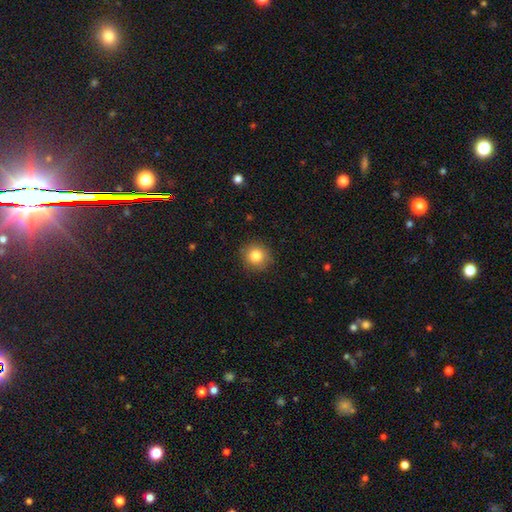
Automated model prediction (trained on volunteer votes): This appears to be a smooth galaxy with no disk features (83%) that is round (92%). Merging: none (88%).